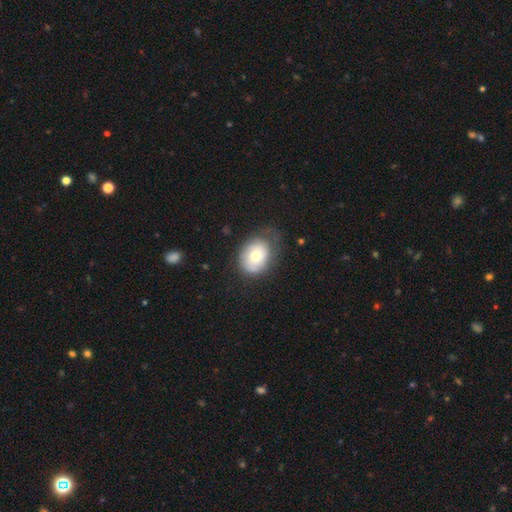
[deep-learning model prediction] Overall: smooth (60%; featured or disk 33%). How rounded: in between (56%; round 43%). Merging: none (51%; minor disturbance 30%).